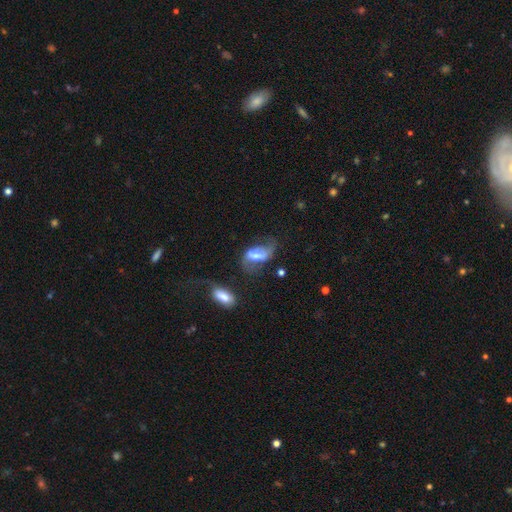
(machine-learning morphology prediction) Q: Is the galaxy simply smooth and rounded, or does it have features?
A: featured or disk — 59%.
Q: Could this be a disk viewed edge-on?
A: no — 91%.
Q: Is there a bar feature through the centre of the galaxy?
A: strong — 40%.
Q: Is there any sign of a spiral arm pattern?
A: yes — 70%.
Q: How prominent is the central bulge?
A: moderate — 51%.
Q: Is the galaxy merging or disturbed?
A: none — 36%.